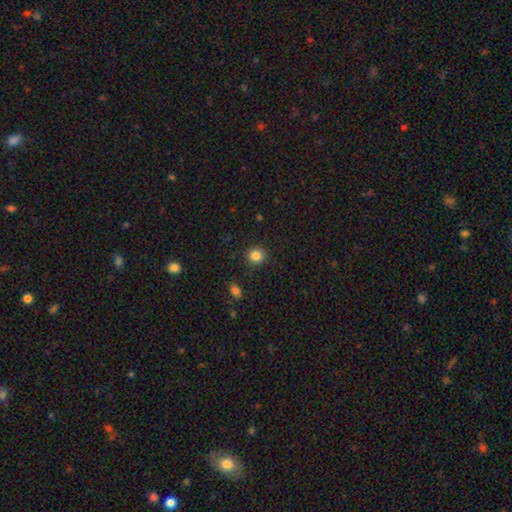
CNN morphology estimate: smooth-or-featured: smooth: 84% | star or artifact: 11% | featured or disk: 5%
  how-rounded: round: 90% | in between: 9% | cigar-shaped: 1%
  merging: none: 89% | minor disturbance: 7% | major disturbance: 2% | merger: 1%